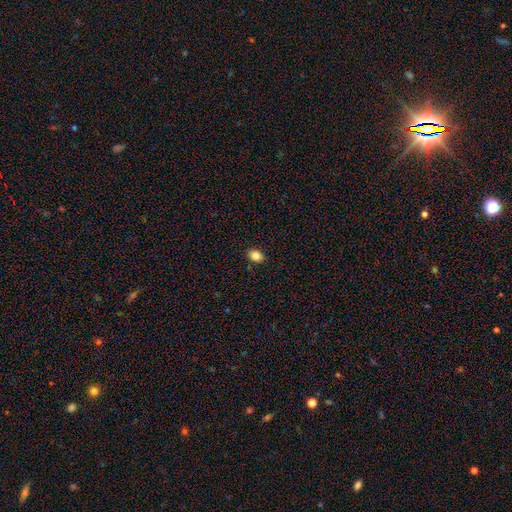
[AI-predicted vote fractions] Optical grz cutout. It shows a smooth galaxy with no disk features (85%) that is in between round and cigar-shaped (72%). Merging: none (88%).